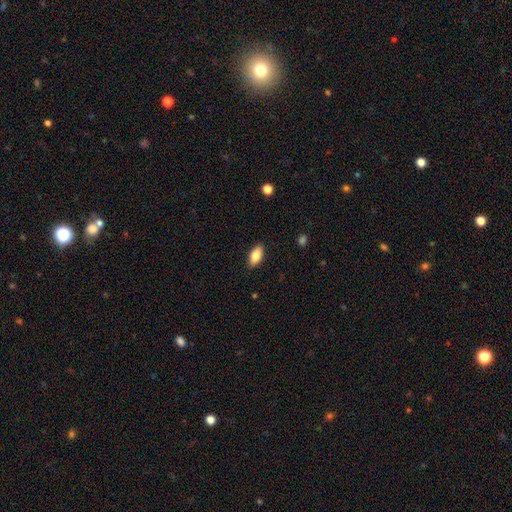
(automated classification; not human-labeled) This appears to be a smooth galaxy with no disk features (83%) that is in between round and cigar-shaped (89%). Merging: none (88%).